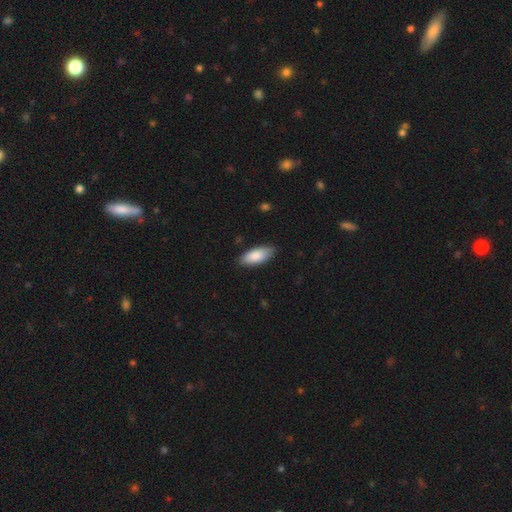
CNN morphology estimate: A smooth galaxy with no disk features (87%) that is in between round and cigar-shaped (84%).

Vote fractions:
- Smooth or featured? smooth: 87% / featured or disk: 8% / star or artifact: 5%
- How rounded? in between: 84% / cigar-shaped: 14% / round: 2%
- Merging? none: 85% / minor disturbance: 12% / major disturbance: 2% / merger: 1%